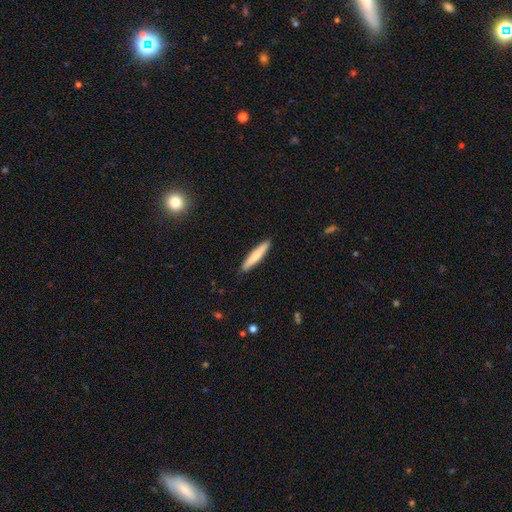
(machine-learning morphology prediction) Smooth or featured? Predicted: smooth (p=0.73). How rounded? Predicted: cigar-shaped (p=0.92). Merging? Predicted: none (p=0.90).